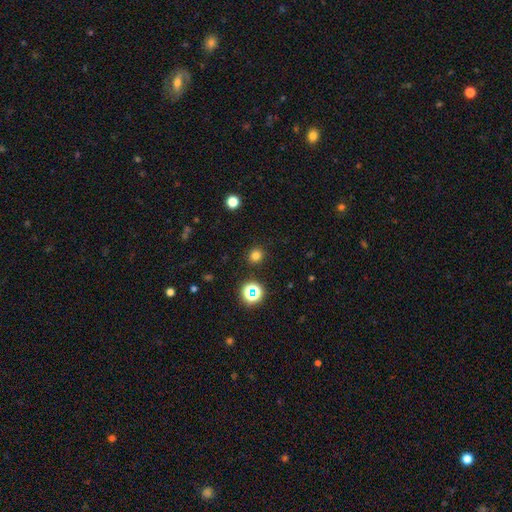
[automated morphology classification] This is likely a smooth galaxy (76%). How rounded: clearly round (91%). Merging: clearly none (90%).